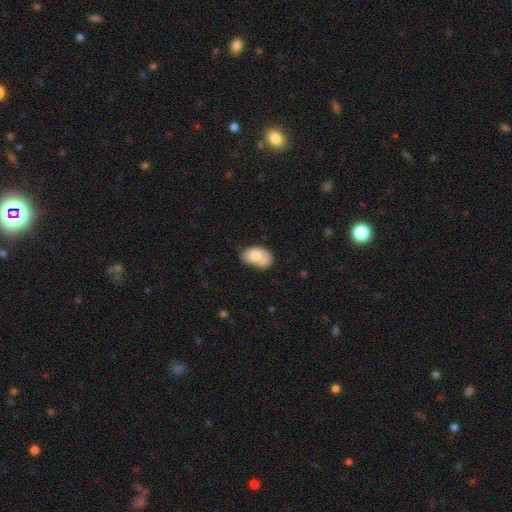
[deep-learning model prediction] Smooth or featured: smooth — 76% (featured or disk — 17%)
How rounded: in between — 90% (round — 9%)
Merging: none — 47% (minor disturbance — 32%)